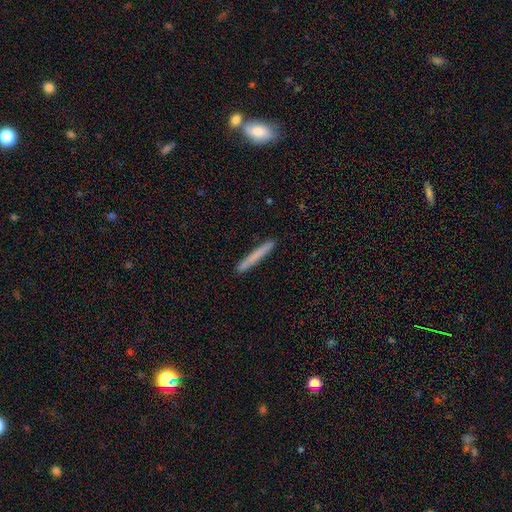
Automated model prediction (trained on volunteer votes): smooth-or-featured: smooth: 76% | featured or disk: 18% | star or artifact: 6%
  how-rounded: cigar-shaped: 97% | in between: 2% | round: 1%
  merging: none: 92% | minor disturbance: 6% | major disturbance: 1% | merger: 1%